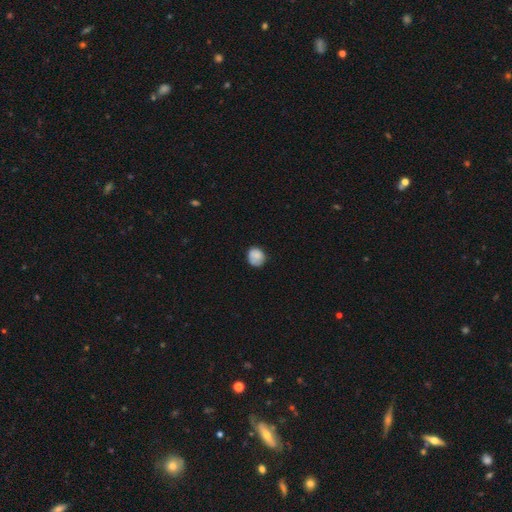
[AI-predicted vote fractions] smooth_or_featured: smooth (p=0.81) [alt: featured or disk p=0.11]
how_rounded: round (p=0.79) [alt: in between p=0.20]
merging: none (p=0.71) [alt: minor disturbance p=0.22]